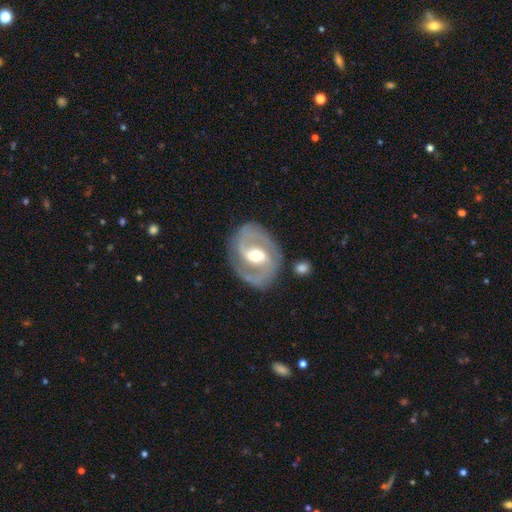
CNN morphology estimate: Smooth or featured? Predicted: featured or disk (p=0.75). Edge-on disk? Predicted: no (p=0.95). Bar? Predicted: no (p=0.39). Spiral arms? Predicted: yes (p=0.62). Bulge size? Predicted: moderate (p=0.71). Merging? Predicted: none (p=0.81).